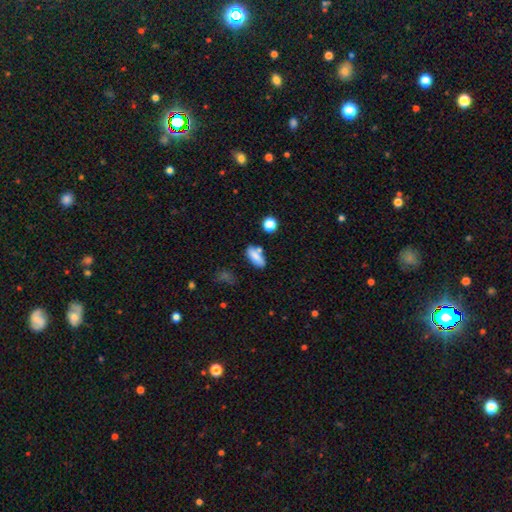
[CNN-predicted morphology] This appears to be a smooth galaxy with no disk features (77%) that is in between round and cigar-shaped (73%). Merging: none (63%).